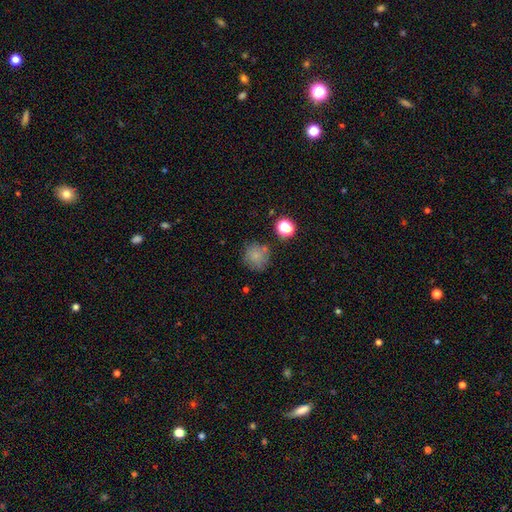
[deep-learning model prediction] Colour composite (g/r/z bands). It shows a smooth galaxy with no disk features (76%) that is round (92%). Merging: none (72%).